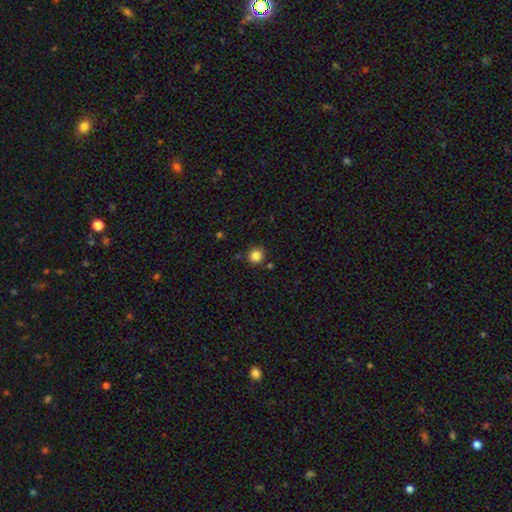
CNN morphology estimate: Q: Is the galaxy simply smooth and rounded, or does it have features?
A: smooth — 84%.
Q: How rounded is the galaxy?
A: round — 93%.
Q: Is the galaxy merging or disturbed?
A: none — 87%.